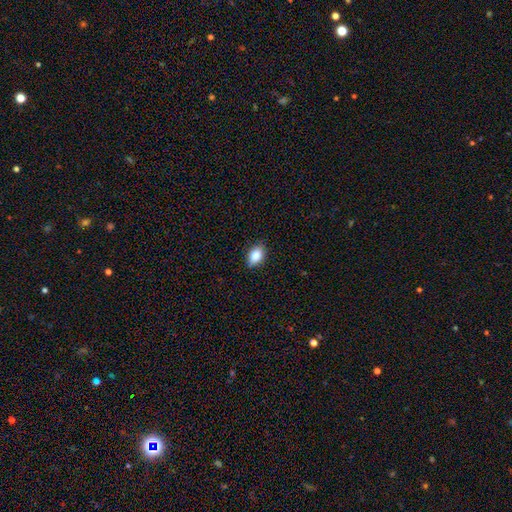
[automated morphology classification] This is clearly a smooth galaxy (85%). How rounded: clearly in between (84%). Merging: clearly none (87%).